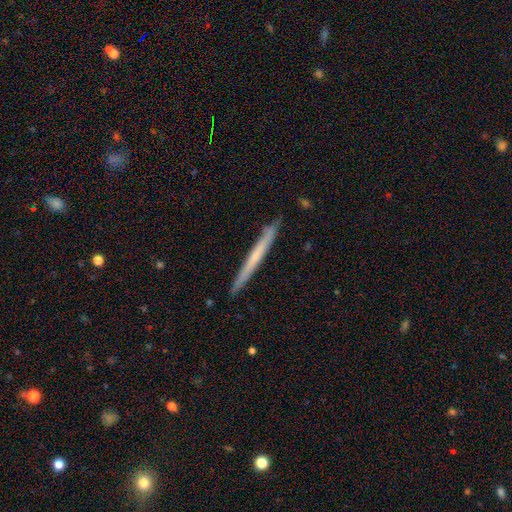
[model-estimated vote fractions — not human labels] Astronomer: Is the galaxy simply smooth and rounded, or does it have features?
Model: featured or disk — 48% (runner-up: smooth, 47%).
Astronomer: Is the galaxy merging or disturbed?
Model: none — 88%.